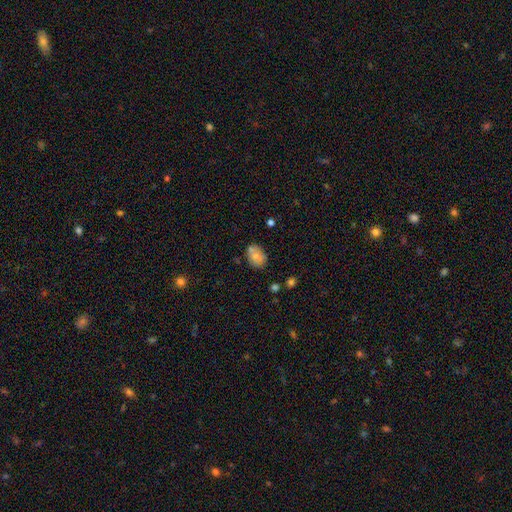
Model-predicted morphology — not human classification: Q: Smooth or featured?
A: smooth (77%); runner-up: featured or disk (14%)
Q: How rounded?
A: in between (77%); runner-up: round (22%)
Q: Merging?
A: none (65%); runner-up: minor disturbance (19%)